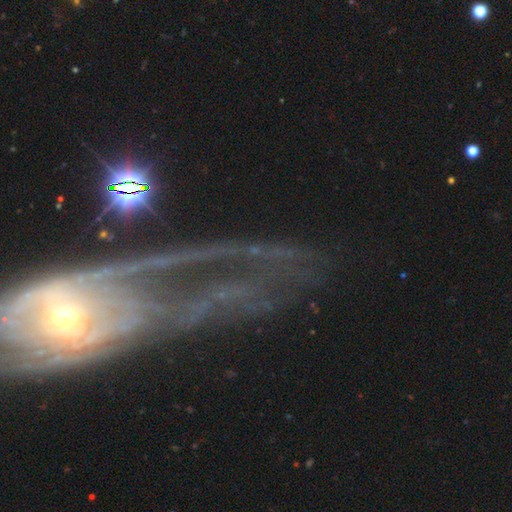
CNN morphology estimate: Smooth or featured? Predicted: featured or disk (p=0.67). Edge-on disk? Predicted: no (p=0.85). Bar? Predicted: no (p=0.51). Spiral arms? Predicted: yes (p=0.79). Bulge size? Predicted: small (p=0.42). Merging? Predicted: none (p=0.60).